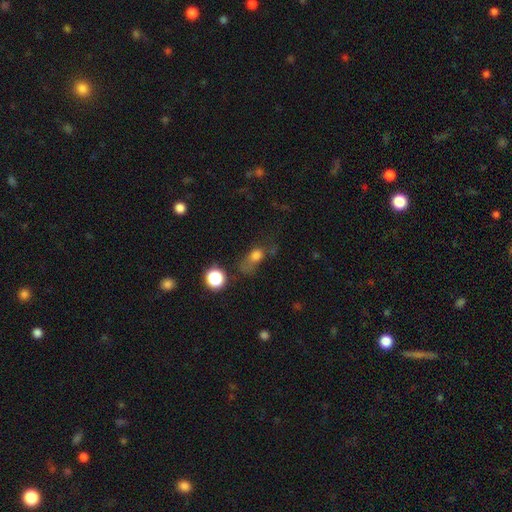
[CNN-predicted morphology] A smooth galaxy with no disk features (69%) that is in between round and cigar-shaped (55%).

Vote fractions:
- Smooth or featured? smooth: 69% / star or artifact: 18% / featured or disk: 13%
- How rounded? in between: 55% / round: 39% / cigar-shaped: 6%
- Merging? major disturbance: 34% / none: 33% / minor disturbance: 24% / merger: 9%